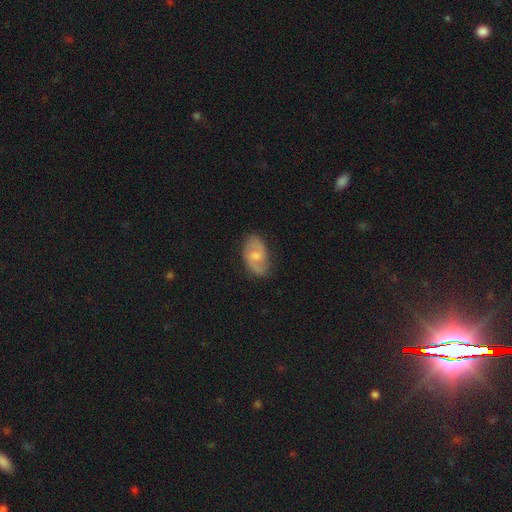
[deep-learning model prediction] A featured or disk galaxy (67%) with a weak bar (54%), 2 (83%) medium (50%) spiral arms (89%) and a moderate central bulge (49%). Merging: none (77%).